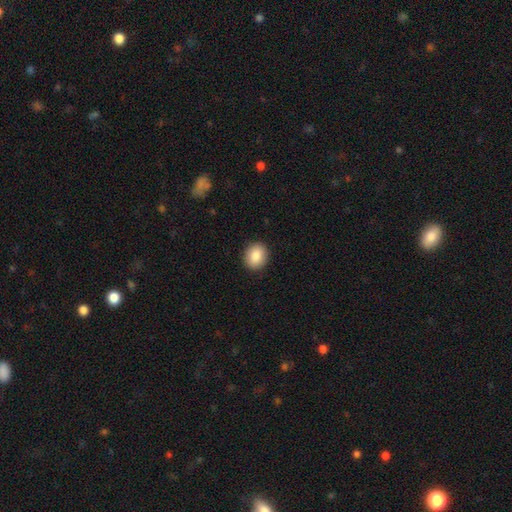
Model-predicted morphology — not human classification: Smooth or featured?
  - smooth: 86% *
  - star or artifact: 8%
  - featured or disk: 6%
How rounded?
  - round: 70% *
  - in between: 29%
  - cigar-shaped: 1%
Merging?
  - none: 92% *
  - minor disturbance: 6%
  - major disturbance: 2%
  - merger: 1%